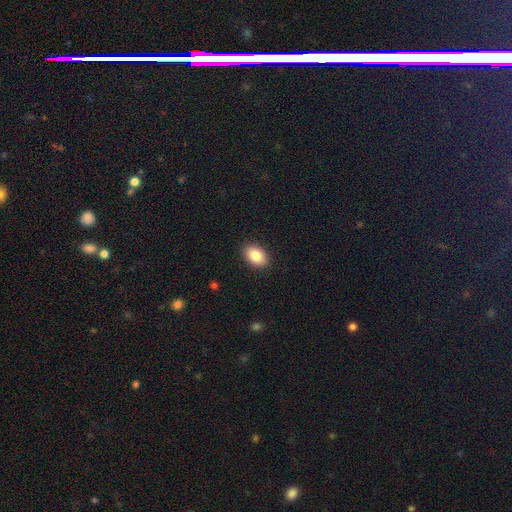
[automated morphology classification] type=smooth (87%); roundness=in between (88%); merging=none (90%).